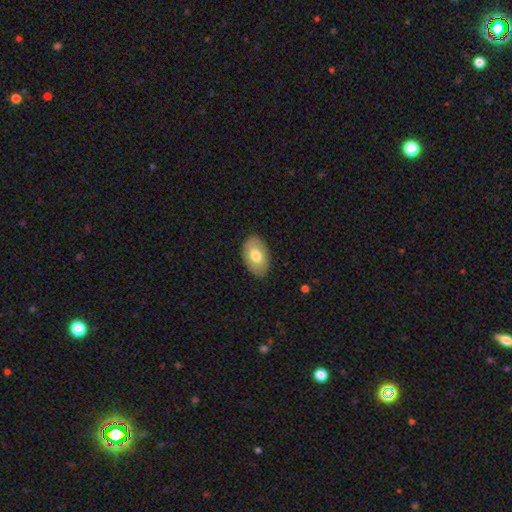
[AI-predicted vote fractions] Overall: smooth (67%). How rounded: in between (91%). Merging: none (86%).